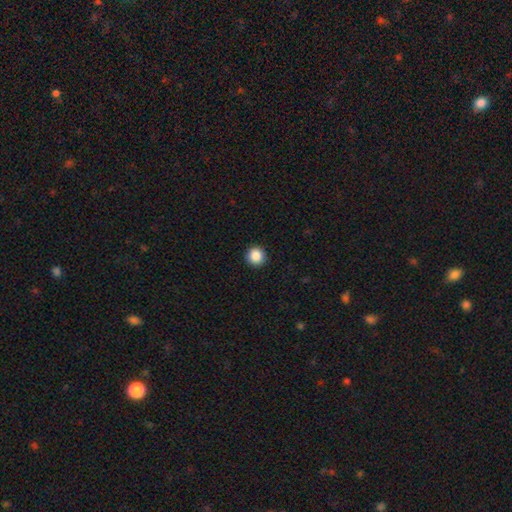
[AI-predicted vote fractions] Morphology: type=smooth (87%); roundness=round (96%); merging=none (93%).